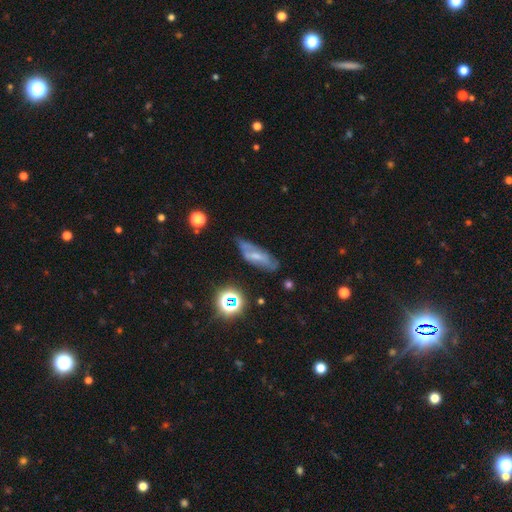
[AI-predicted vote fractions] The model was most divided on "smooth or featured": featured or disk: 50%, smooth: 37%, star or artifact: 14%. More confident: merging — none (59%).